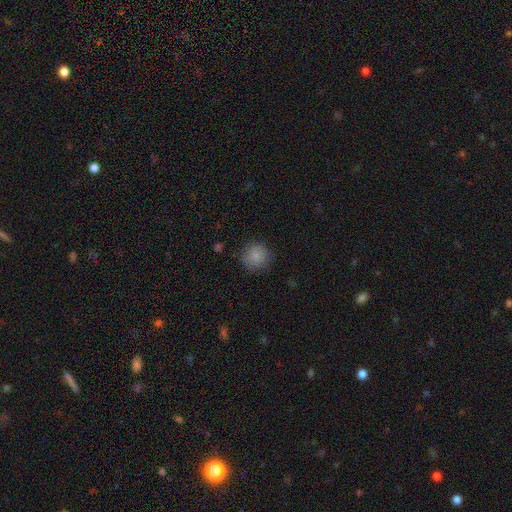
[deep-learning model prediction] smooth-or-featured: smooth: 86% | star or artifact: 10% | featured or disk: 4%
  how-rounded: round: 92% | in between: 7% | cigar-shaped: 1%
  merging: none: 87% | minor disturbance: 9% | major disturbance: 3% | merger: 1%